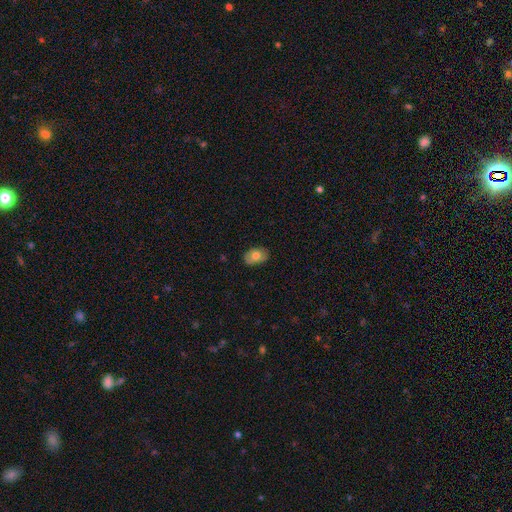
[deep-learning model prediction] Smooth or featured: smooth — 73% (featured or disk — 20%)
How rounded: in between — 85% (round — 14%)
Merging: none — 79% (minor disturbance — 17%)